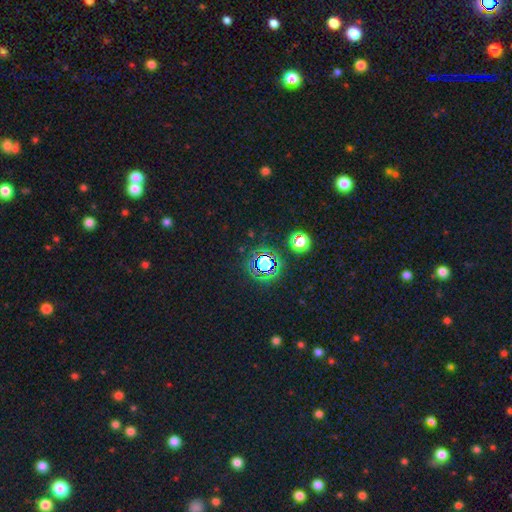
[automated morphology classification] This is likely a star or artifact rather than a galaxy (77%).